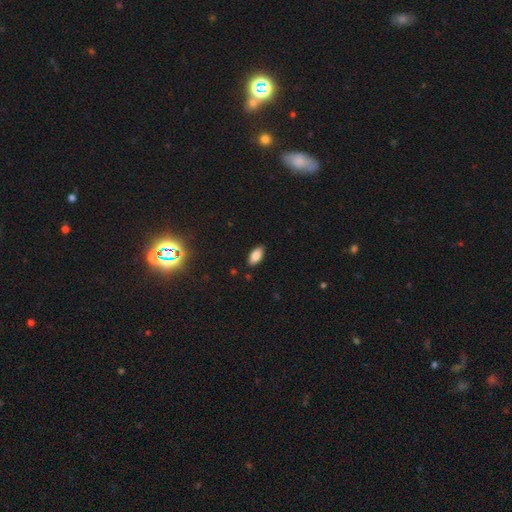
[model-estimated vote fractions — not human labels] smooth 83%, featured or disk 9%, star or artifact 8%. Down the decision tree: how rounded — in between (91%); merging — none (87%).